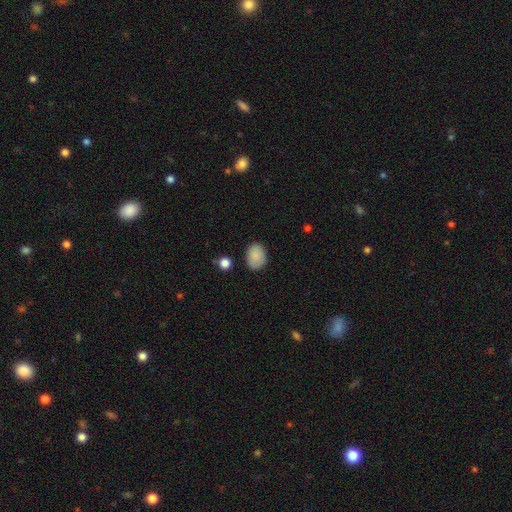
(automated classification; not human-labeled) smooth-or-featured: smooth: 87% | star or artifact: 8% | featured or disk: 5%
  how-rounded: in between: 69% | round: 30% | cigar-shaped: 1%
  merging: none: 82% | minor disturbance: 13% | major disturbance: 3% | merger: 2%